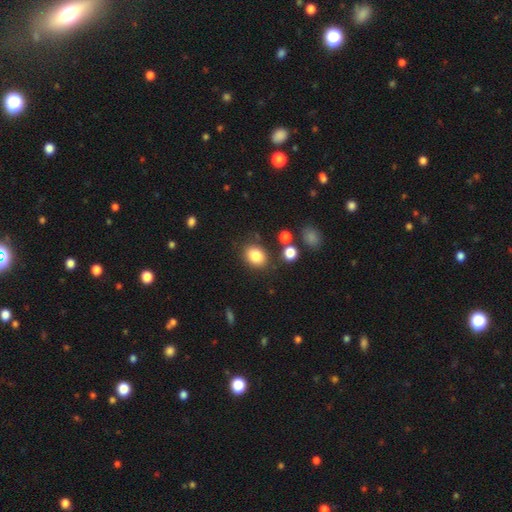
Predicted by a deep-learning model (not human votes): Smooth or featured? Predicted: smooth (p=0.84). How rounded? Predicted: in between (p=0.56). Merging? Predicted: none (p=0.79).